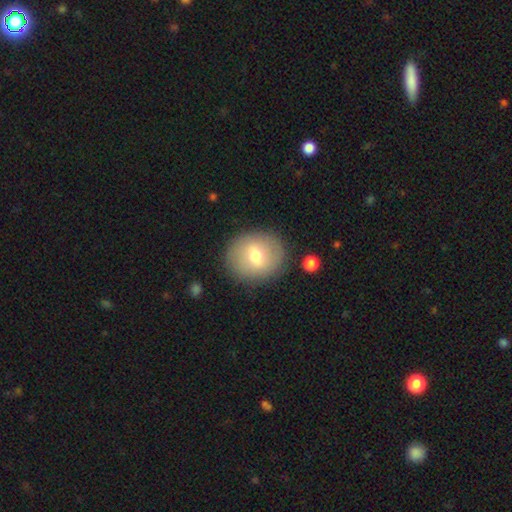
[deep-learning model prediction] Morphology: type=smooth (64%); roundness=round (75%); merging=none (85%).